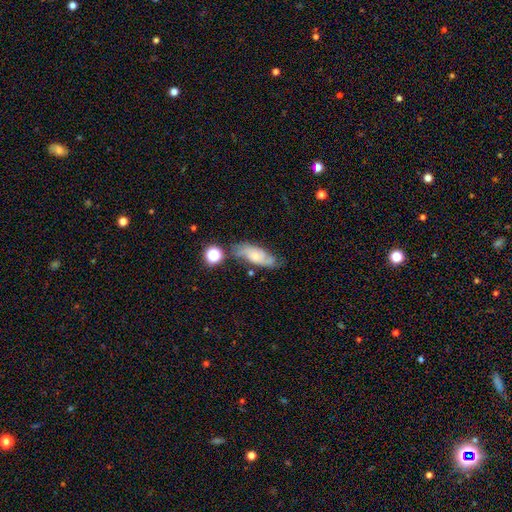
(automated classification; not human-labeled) A featured or disk galaxy (65%) with no bar (70%), 2 (73%) medium (46%) spiral arms (92%) and a small central bulge (55%). Merging: none (62%).